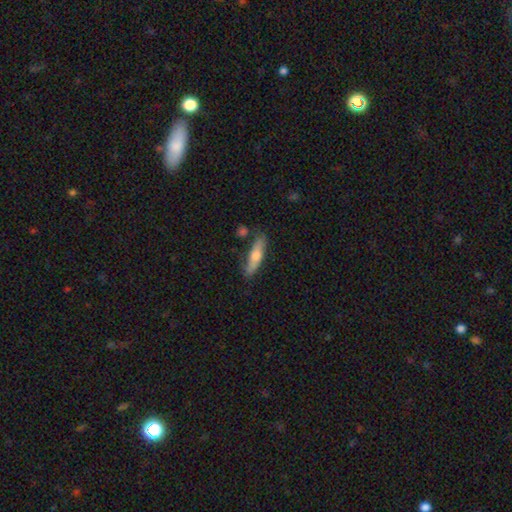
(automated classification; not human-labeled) This appears to be a smooth galaxy with no disk features (55%) that is cigar-shaped (73%). Merging: none (79%).